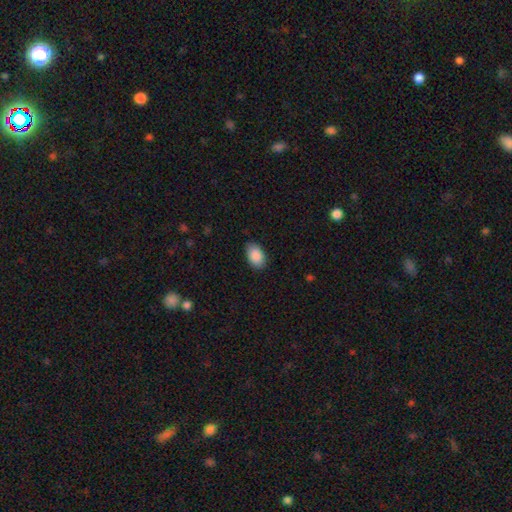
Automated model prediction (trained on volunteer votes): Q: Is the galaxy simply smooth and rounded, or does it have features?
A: smooth — 89%.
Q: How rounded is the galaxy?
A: in between — 91%.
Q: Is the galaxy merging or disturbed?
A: none — 83%.